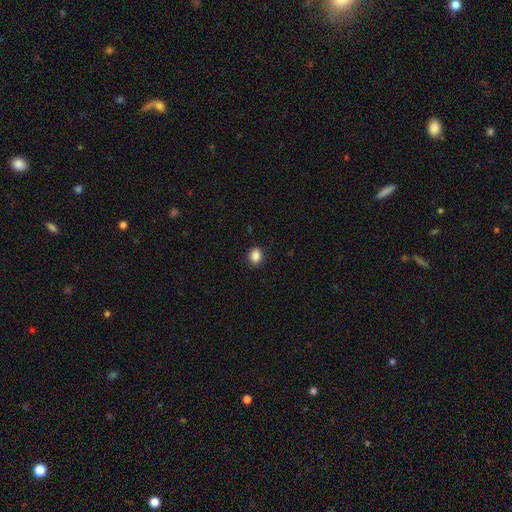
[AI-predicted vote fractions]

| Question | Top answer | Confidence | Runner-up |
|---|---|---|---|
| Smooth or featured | smooth | 86% | star or artifact (10%) |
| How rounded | round | 52% | in between (47%) |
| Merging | none | 90% | minor disturbance (7%) |